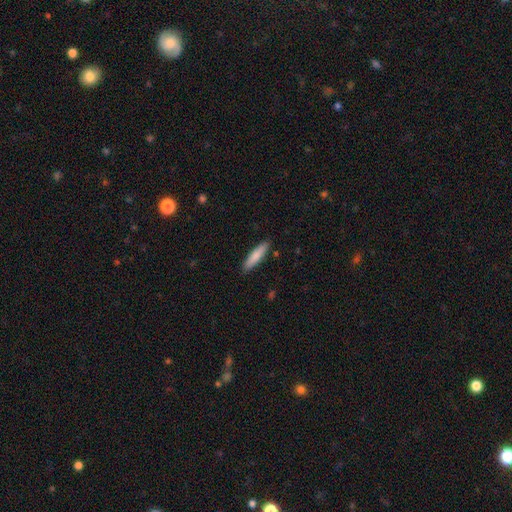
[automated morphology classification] smooth_or_featured: smooth (p=0.81) [alt: featured or disk p=0.13]
how_rounded: cigar-shaped (p=0.78) [alt: in between p=0.21]
merging: none (p=0.89) [alt: minor disturbance p=0.08]